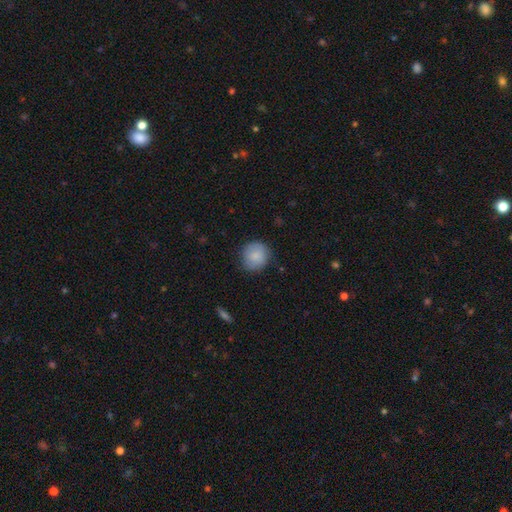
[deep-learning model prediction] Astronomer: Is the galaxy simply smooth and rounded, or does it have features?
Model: smooth — 84%.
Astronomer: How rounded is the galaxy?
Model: round — 90%.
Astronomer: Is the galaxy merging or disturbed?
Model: none — 80%.